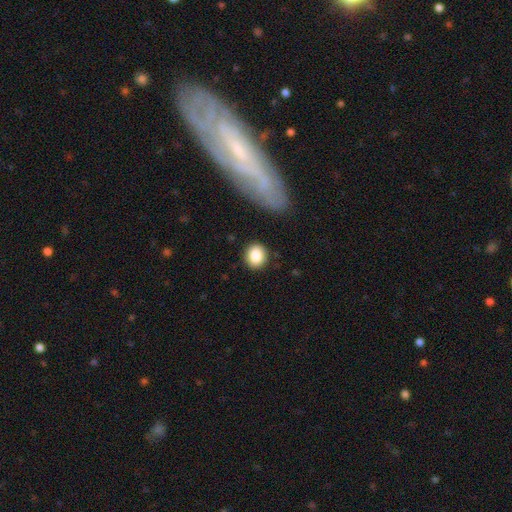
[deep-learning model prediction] smooth-or-featured: smooth: 86% | star or artifact: 8% | featured or disk: 6%
  how-rounded: round: 74% | in between: 25% | cigar-shaped: 1%
  merging: none: 87% | minor disturbance: 9% | major disturbance: 3% | merger: 2%